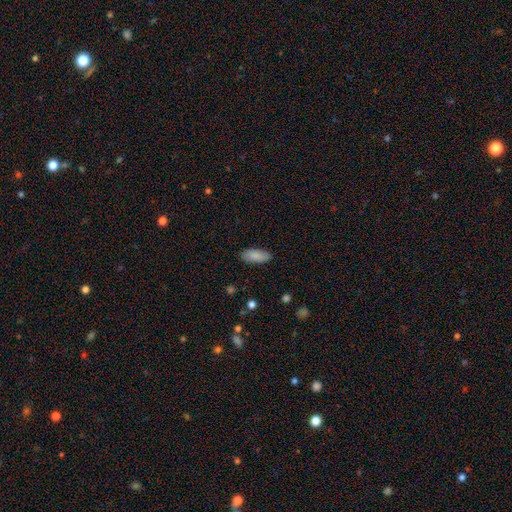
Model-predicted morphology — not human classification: This appears to be a smooth galaxy with no disk features (87%) that is in between round and cigar-shaped (84%). Merging: none (87%).